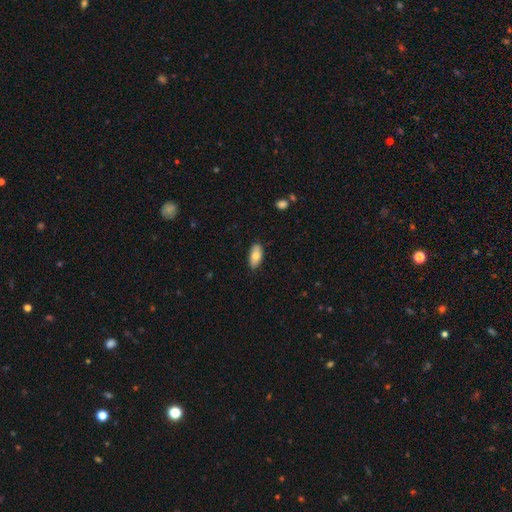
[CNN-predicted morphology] smooth_or_featured: smooth (p=0.80) [alt: featured or disk p=0.14]
how_rounded: in between (p=0.91) [alt: cigar-shaped p=0.06]
merging: none (p=0.85) [alt: minor disturbance p=0.12]